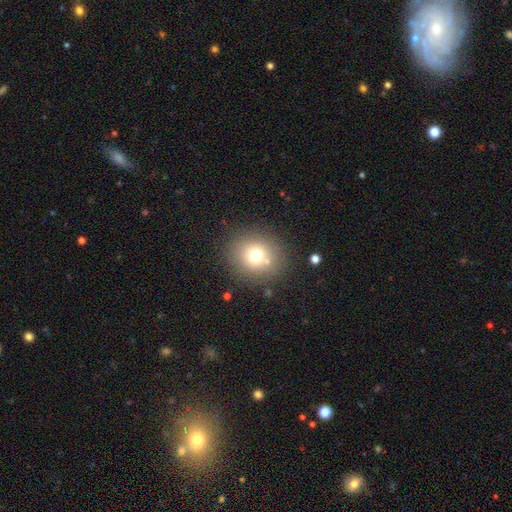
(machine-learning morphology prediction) This is likely a smooth galaxy (72%). How rounded: clearly round (83%). Merging: likely none (79%).